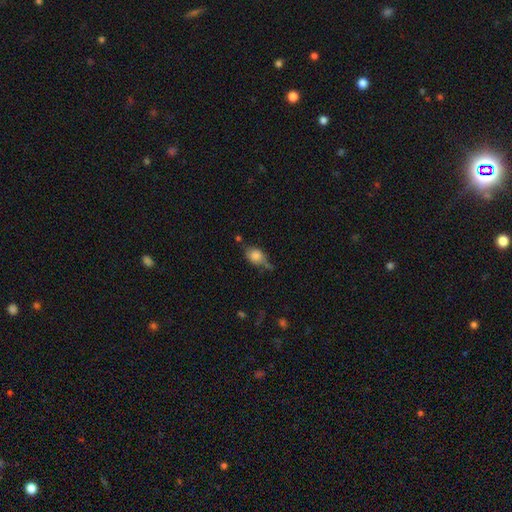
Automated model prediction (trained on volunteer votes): The model was most divided on "merging": none: 45%, minor disturbance: 32%, major disturbance: 12%, merger: 11%. More confident: smooth or featured — smooth (78%); how rounded — in between (60%).